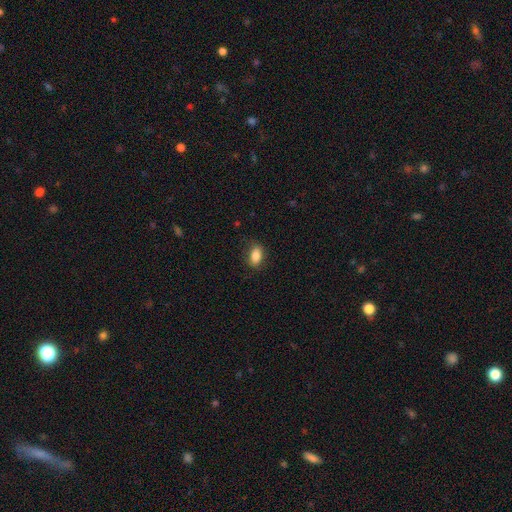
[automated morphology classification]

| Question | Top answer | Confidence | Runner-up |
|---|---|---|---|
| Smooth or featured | smooth | 86% | star or artifact (8%) |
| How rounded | in between | 87% | round (11%) |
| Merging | none | 81% | minor disturbance (14%) |